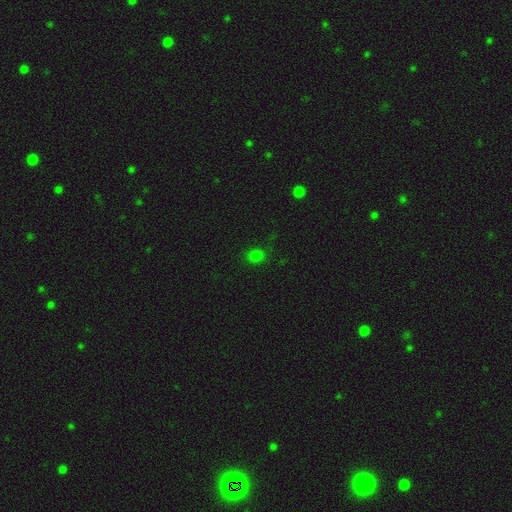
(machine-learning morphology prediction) Smooth or featured? Predicted: smooth (p=0.77). How rounded? Predicted: round (p=0.71). Merging? Predicted: none (p=0.85).